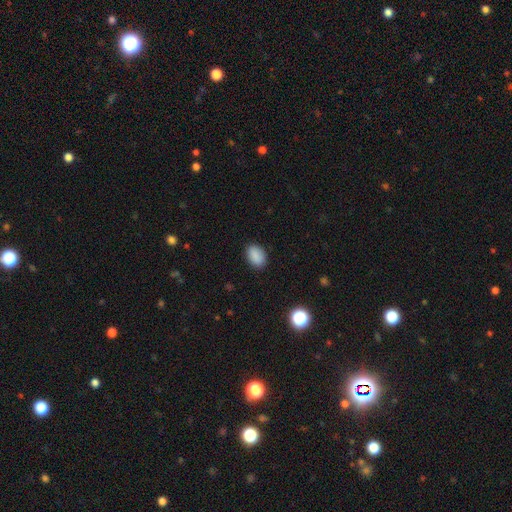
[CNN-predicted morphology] smooth-or-featured: smooth: 88% | star or artifact: 9% | featured or disk: 3%
  how-rounded: in between: 83% | round: 15% | cigar-shaped: 1%
  merging: none: 87% | minor disturbance: 9% | major disturbance: 2% | merger: 1%